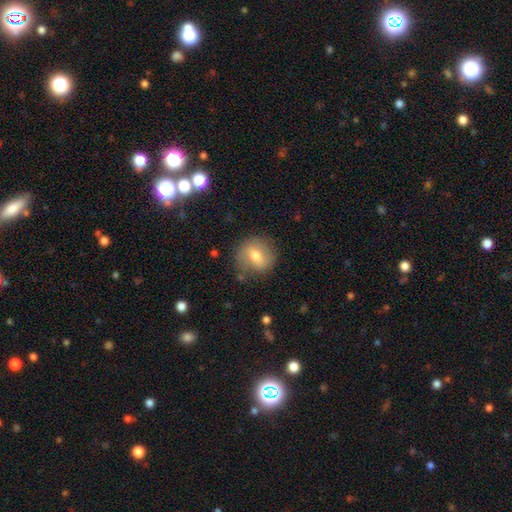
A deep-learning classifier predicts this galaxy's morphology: A smooth galaxy with no disk features (61%) that is round (78%).

Vote fractions:
- Smooth or featured? smooth: 61% / featured or disk: 29% / star or artifact: 9%
- How rounded? round: 78% / in between: 20% / cigar-shaped: 1%
- Merging? none: 79% / minor disturbance: 14% / major disturbance: 5% / merger: 2%